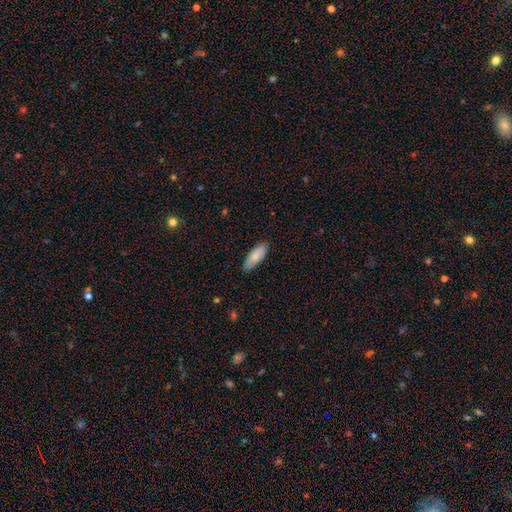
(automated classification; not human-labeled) Morphology: type=smooth (84%); roundness=in between (74%); merging=none (86%).